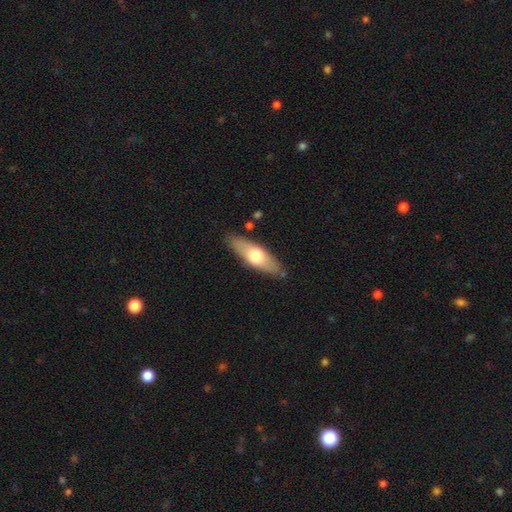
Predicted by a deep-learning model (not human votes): smooth_or_featured: smooth (p=0.57) [alt: featured or disk p=0.38]
how_rounded: in between (p=0.51) [alt: cigar-shaped p=0.47]
merging: none (p=0.84) [alt: minor disturbance p=0.11]